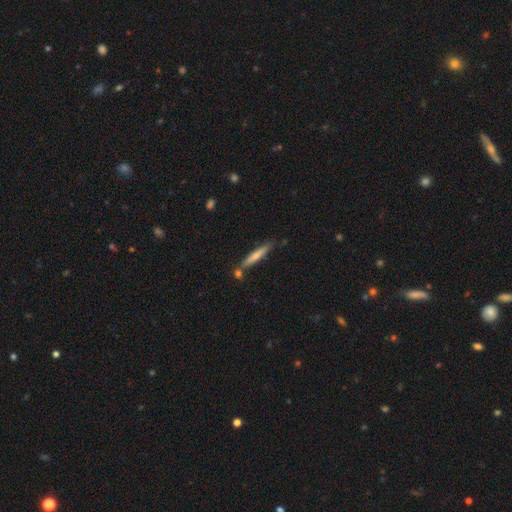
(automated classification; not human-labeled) Smooth or featured?
  - smooth: 59% *
  - featured or disk: 35%
  - star or artifact: 6%
How rounded?
  - cigar-shaped: 92% *
  - in between: 6%
  - round: 1%
Merging?
  - none: 73% *
  - minor disturbance: 13%
  - merger: 10%
  - major disturbance: 3%